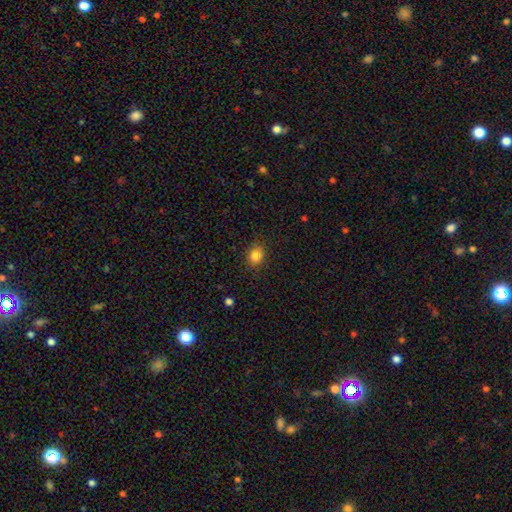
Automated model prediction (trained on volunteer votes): Smooth or featured? smooth (84%)
How rounded? round (57%)
Merging? none (88%)